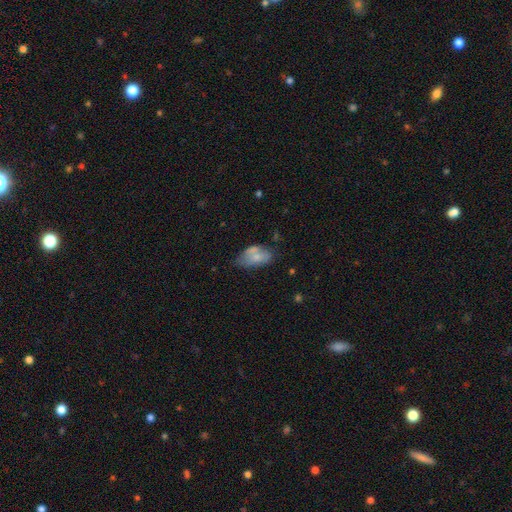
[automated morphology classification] Overall: smooth (66%; featured or disk 27%). How rounded: in between (92%). Merging: none (39%; minor disturbance 31%).